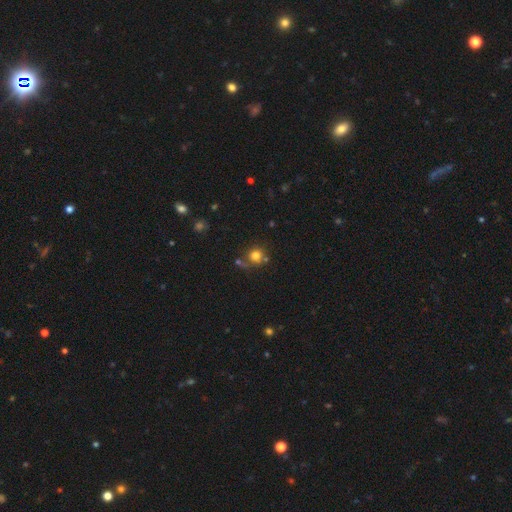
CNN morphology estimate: Smooth or featured?
  - smooth: 76% *
  - star or artifact: 15%
  - featured or disk: 9%
How rounded?
  - round: 88% *
  - in between: 11%
  - cigar-shaped: 1%
Merging?
  - none: 66% *
  - merger: 17%
  - minor disturbance: 12%
  - major disturbance: 5%